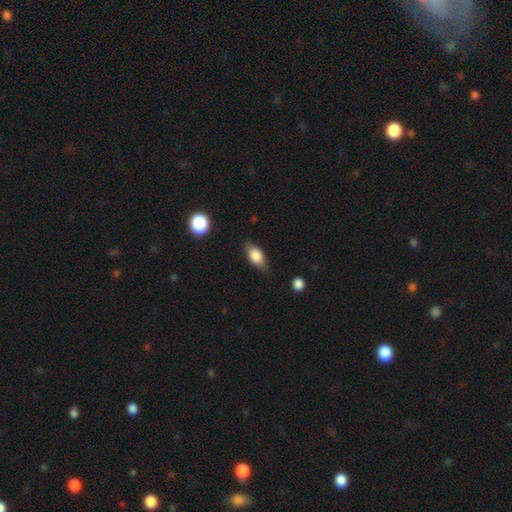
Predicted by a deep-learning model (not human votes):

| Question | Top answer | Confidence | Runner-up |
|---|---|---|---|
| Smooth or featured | smooth | 79% | featured or disk (14%) |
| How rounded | in between | 84% | cigar-shaped (9%) |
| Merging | none | 76% | minor disturbance (18%) |